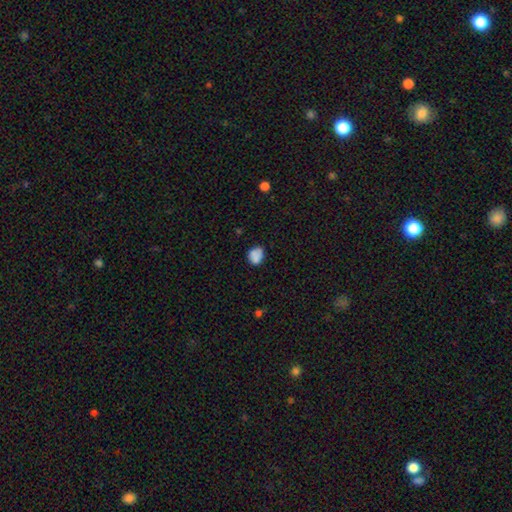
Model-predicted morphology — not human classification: Smooth or featured? smooth (82%)
How rounded? round (53%)
Merging? none (66%)